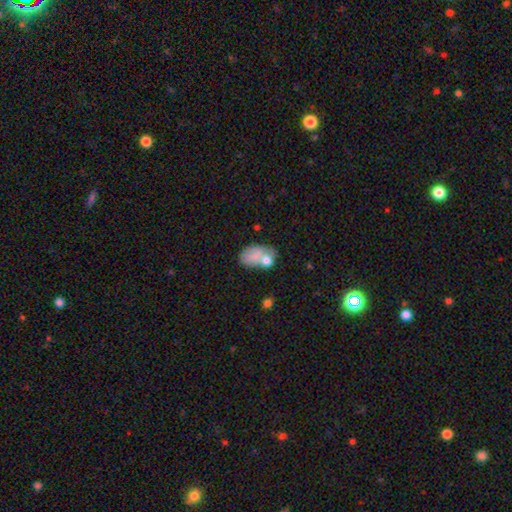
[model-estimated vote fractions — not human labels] smooth 72%, featured or disk 19%, star or artifact 9%. Down the decision tree: how rounded — in between (86%); merging — none (37%).